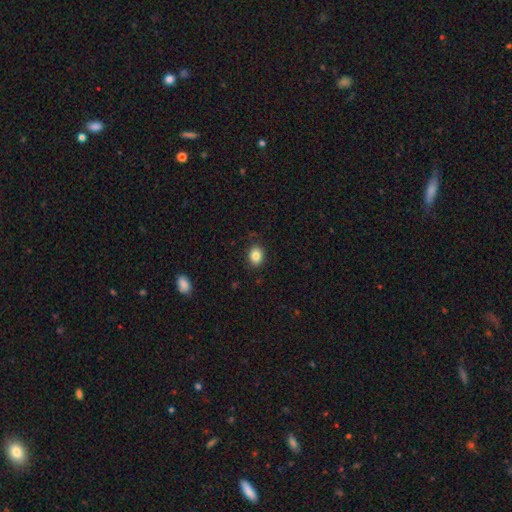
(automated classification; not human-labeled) Overall: smooth (84%). How rounded: round (53%; in between 46%). Merging: none (88%).